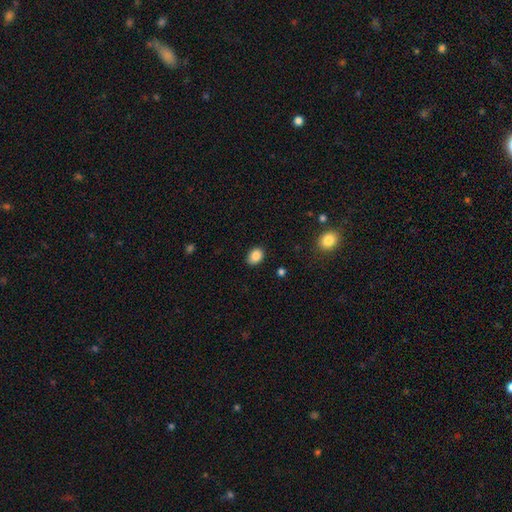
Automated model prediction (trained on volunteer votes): Q: Smooth or featured?
A: smooth (86%); runner-up: star or artifact (9%)
Q: How rounded?
A: in between (66%); runner-up: round (33%)
Q: Merging?
A: none (85%); runner-up: minor disturbance (12%)